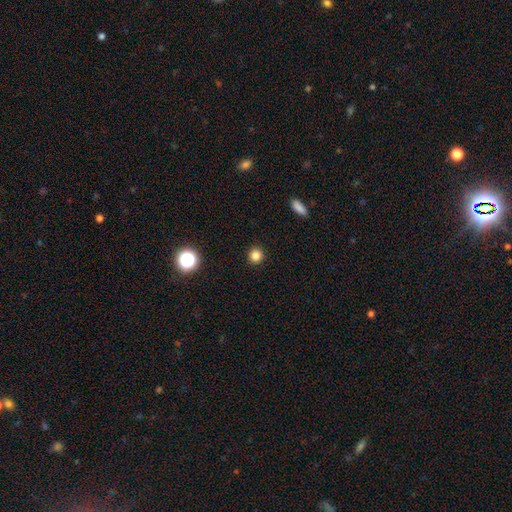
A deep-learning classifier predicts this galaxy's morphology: type=smooth (82%); roundness=round (94%); merging=none (93%).